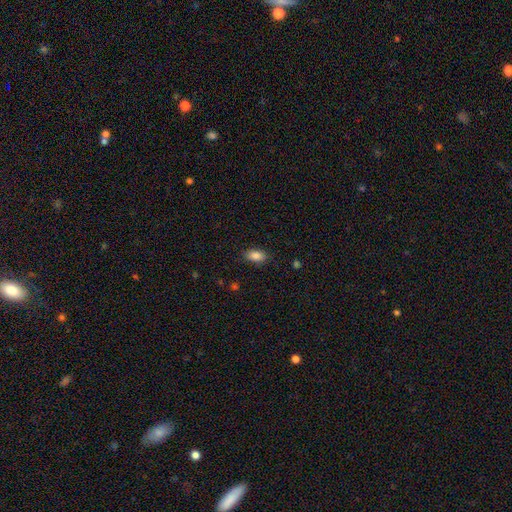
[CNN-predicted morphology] A smooth galaxy with no disk features (86%) that is in between round and cigar-shaped (91%). Merging: none (86%).